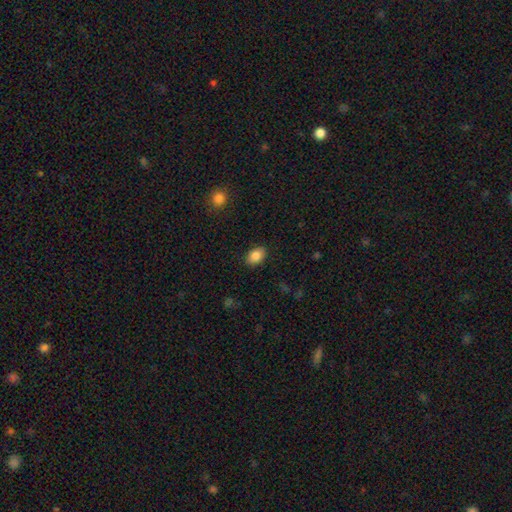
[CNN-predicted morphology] This appears to be a smooth galaxy with no disk features (86%) that is in between round and cigar-shaped (82%). Merging: none (88%).